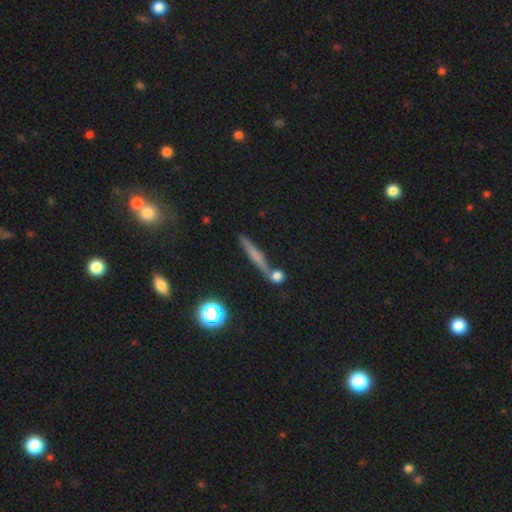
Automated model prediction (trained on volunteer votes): smooth 49%, featured or disk 38%, star or artifact 14%. Down the decision tree: merging — none (74%).